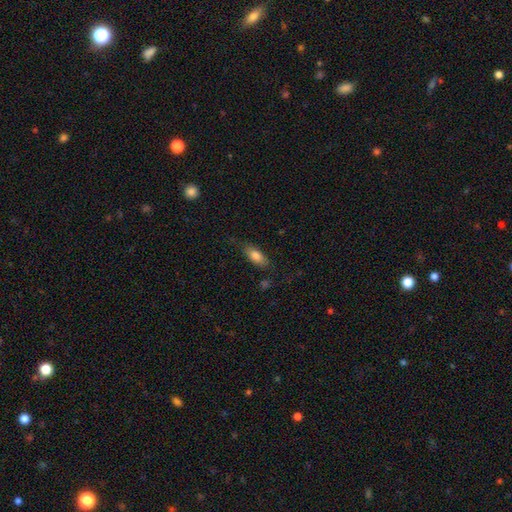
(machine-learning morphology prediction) A smooth galaxy with no disk features (79%) that is in between round and cigar-shaped (78%). Merging: none (72%).